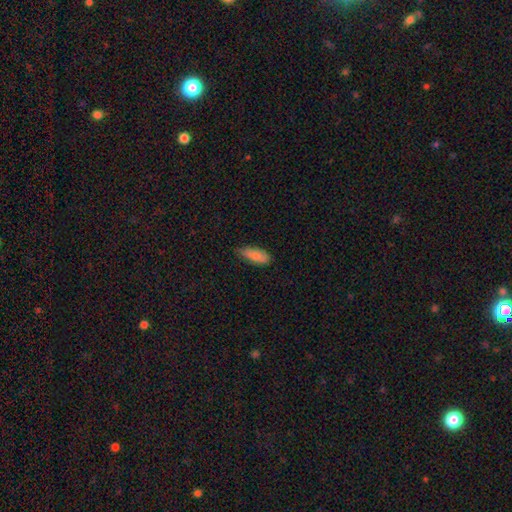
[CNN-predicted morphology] A smooth galaxy with no disk features (85%) that is in between round and cigar-shaped (71%). Merging: none (72%).